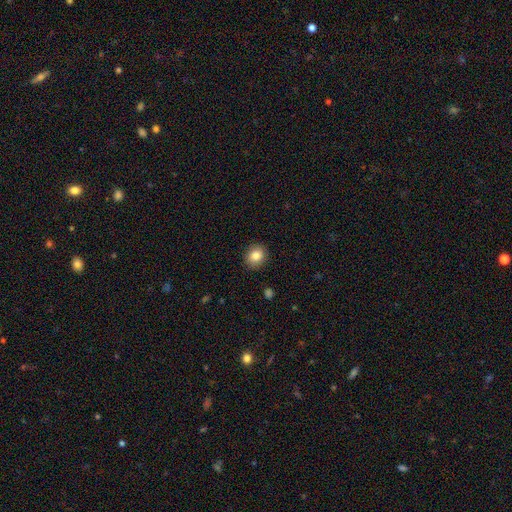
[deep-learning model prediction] Morphology: type=smooth (84%); roundness=round (75%); merging=none (90%).